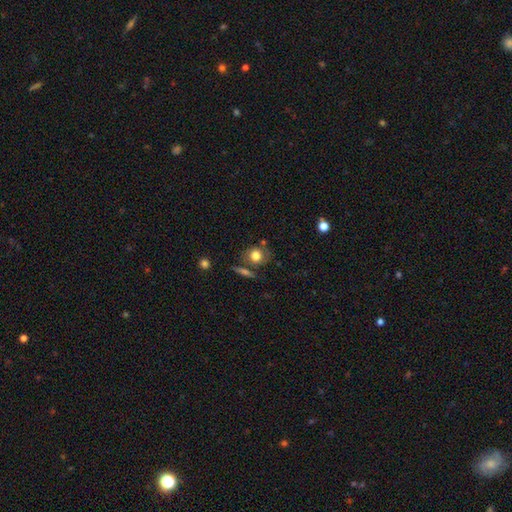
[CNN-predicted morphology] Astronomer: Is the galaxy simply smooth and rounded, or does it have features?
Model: smooth — 75%.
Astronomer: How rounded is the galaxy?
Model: round — 73%.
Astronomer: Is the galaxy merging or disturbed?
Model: none — 65%.